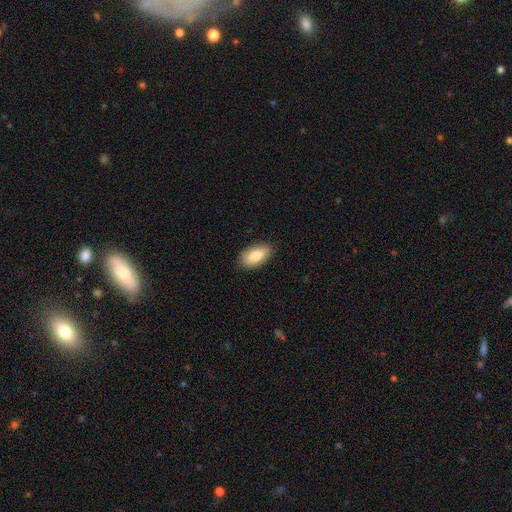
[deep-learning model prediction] Smooth or featured? smooth (81%)
How rounded? in between (91%)
Merging? none (86%)